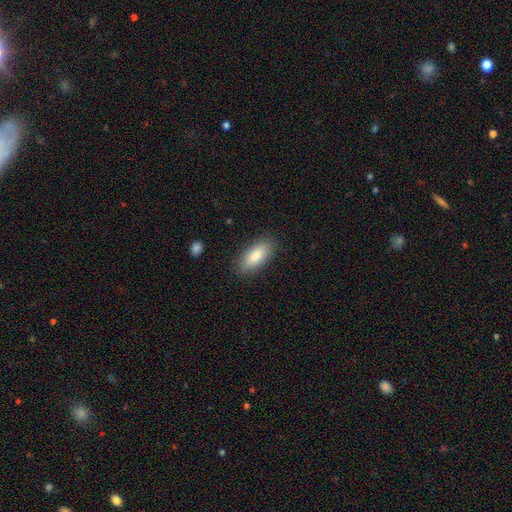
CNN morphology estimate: Smooth or featured? smooth (83%)
How rounded? in between (81%)
Merging? none (87%)